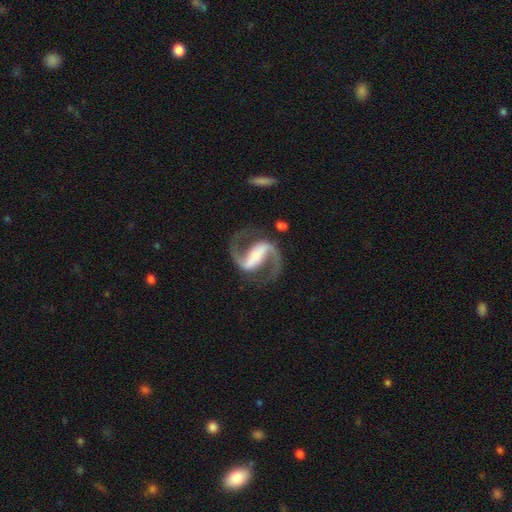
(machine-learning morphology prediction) A featured or disk galaxy (93%) with a strong bar (70%), 2 (94%) medium (54%) spiral arms (98%) and a small central bulge (35%). Merging: none (79%).